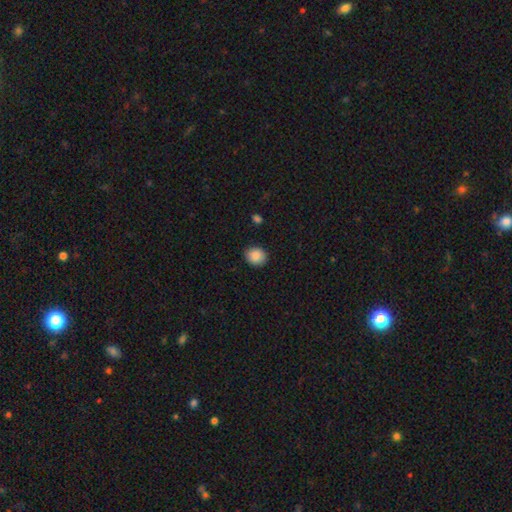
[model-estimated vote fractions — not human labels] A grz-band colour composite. It shows a smooth galaxy with no disk features (88%) that is round (67%). Merging: none (88%).